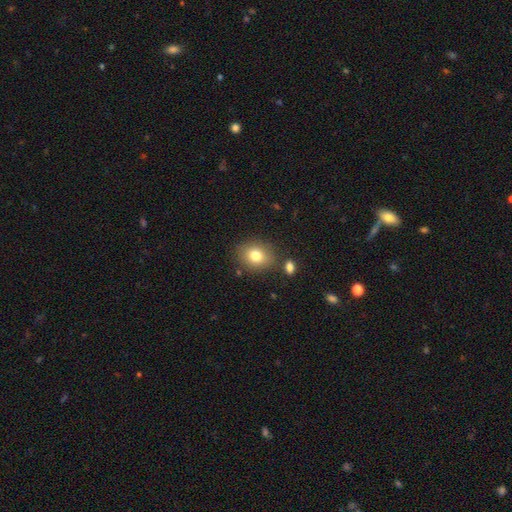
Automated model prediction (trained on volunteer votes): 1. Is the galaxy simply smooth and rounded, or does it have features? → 79% smooth, 11% featured or disk, 11% star or artifact.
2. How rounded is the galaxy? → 57% round, 42% in between, 1% cigar-shaped.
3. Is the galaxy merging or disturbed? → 80% none, 11% minor disturbance, 6% merger, 3% major disturbance.